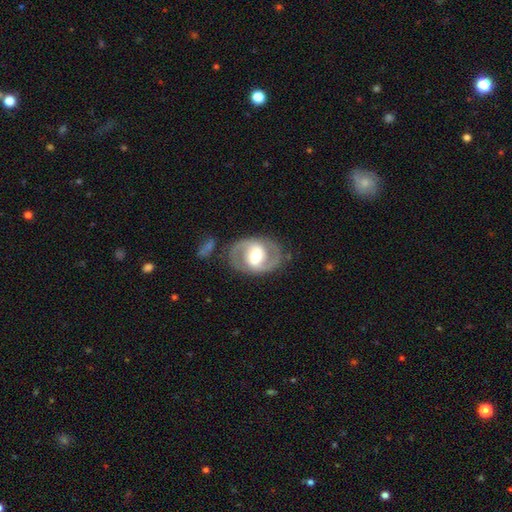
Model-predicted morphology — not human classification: Smooth or featured: featured or disk — 77% (smooth — 18%)
Edge-on disk: no — 96% (yes — 4%)
Bar: weak — 36% (no — 34%)
Spiral arms: yes — 77% (no — 23%)
Spiral winding: medium — 50% (tight — 31%)
Spiral arm count: 2 — 87% (can't tell — 7%)
Bulge size: moderate — 64% (large — 20%)
Merging: none — 80% (minor disturbance — 11%)